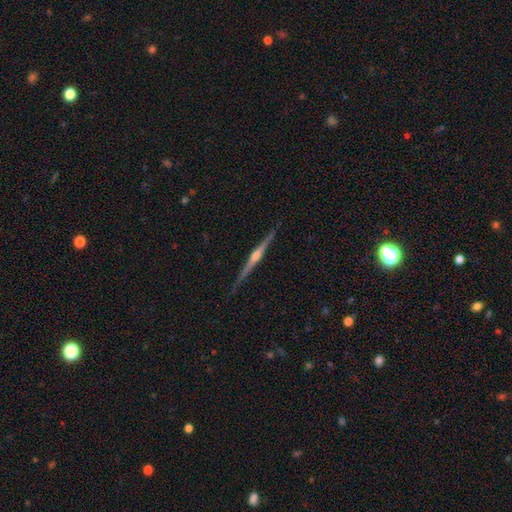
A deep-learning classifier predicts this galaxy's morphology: This is clearly a featured or disk galaxy (82%). It is clearly viewed edge-on (99%). Edge-on bulge: clearly rounded (89%). Merging: clearly none (88%).